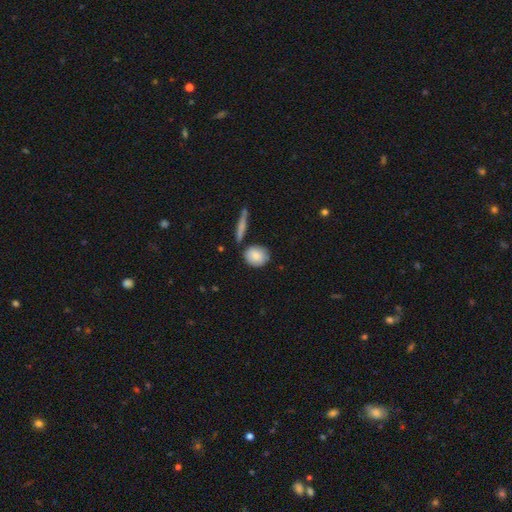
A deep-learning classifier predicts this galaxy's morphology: Smooth or featured?
  - smooth: 80% *
  - featured or disk: 13%
  - star or artifact: 7%
How rounded?
  - round: 68% *
  - in between: 29%
  - cigar-shaped: 3%
Merging?
  - none: 73% *
  - minor disturbance: 15%
  - merger: 8%
  - major disturbance: 3%